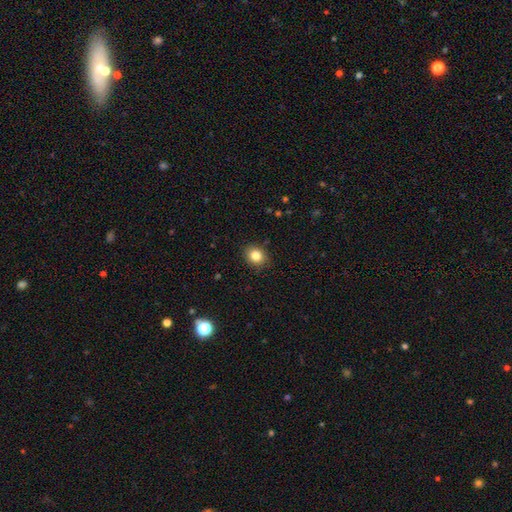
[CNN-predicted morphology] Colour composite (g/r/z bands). It shows a smooth galaxy with no disk features (84%) that is round (62%). Merging: none (89%).